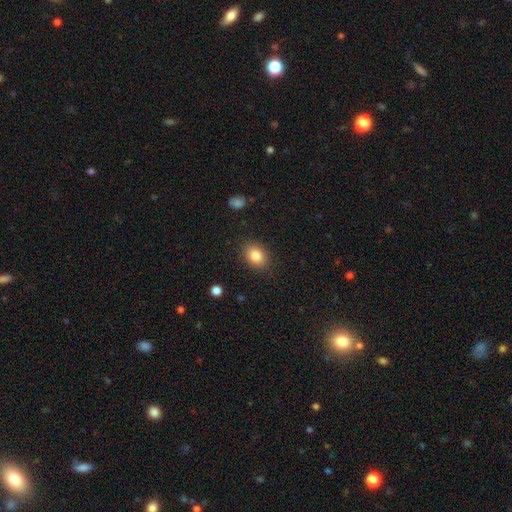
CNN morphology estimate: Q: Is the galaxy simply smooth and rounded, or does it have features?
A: smooth — 84%.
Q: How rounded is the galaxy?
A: in between — 64%.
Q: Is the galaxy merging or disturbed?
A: none — 85%.